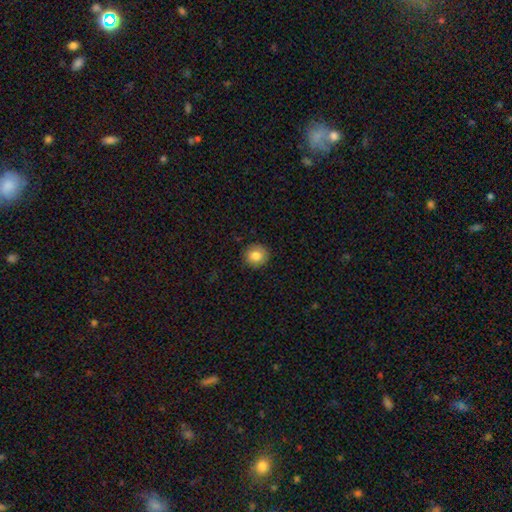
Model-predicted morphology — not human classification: A smooth galaxy with no disk features (82%) that is round (89%).

Vote fractions:
- Smooth or featured? smooth: 82% / star or artifact: 9% / featured or disk: 8%
- How rounded? round: 89% / in between: 11% / cigar-shaped: 1%
- Merging? none: 89% / minor disturbance: 8% / major disturbance: 2% / merger: 1%